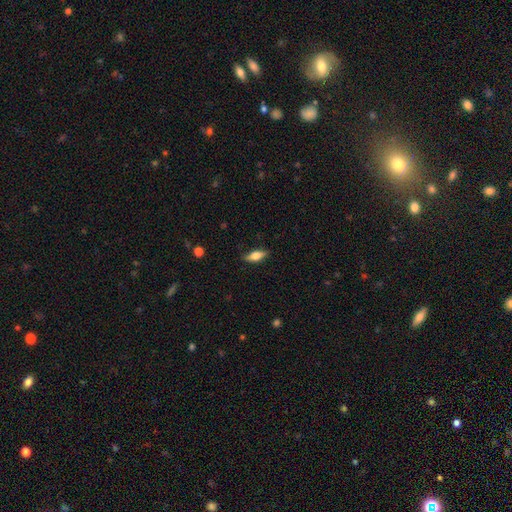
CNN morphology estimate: A smooth galaxy with no disk features (60%) that is in between round and cigar-shaped (69%).

Vote fractions:
- Smooth or featured? smooth: 60% / featured or disk: 33% / star or artifact: 7%
- How rounded? in between: 69% / cigar-shaped: 28% / round: 3%
- Merging? none: 82% / minor disturbance: 14% / major disturbance: 3% / merger: 1%